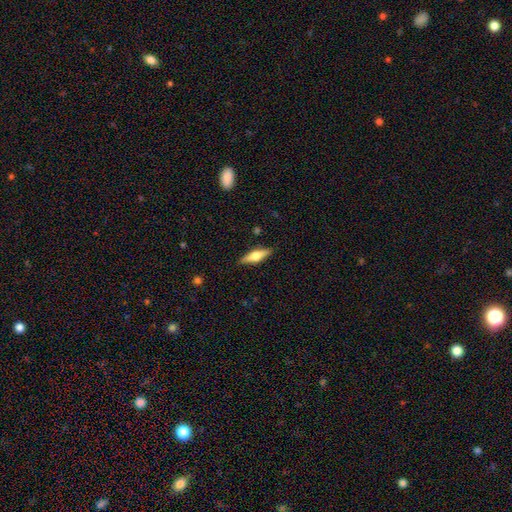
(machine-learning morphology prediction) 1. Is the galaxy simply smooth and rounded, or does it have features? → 54% featured or disk, 40% smooth, 6% star or artifact.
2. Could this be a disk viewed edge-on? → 95% yes, 5% no.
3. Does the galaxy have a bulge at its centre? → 91% rounded, 7% boxy, 2% none.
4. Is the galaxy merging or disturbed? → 88% none, 9% minor disturbance, 2% major disturbance, 1% merger.